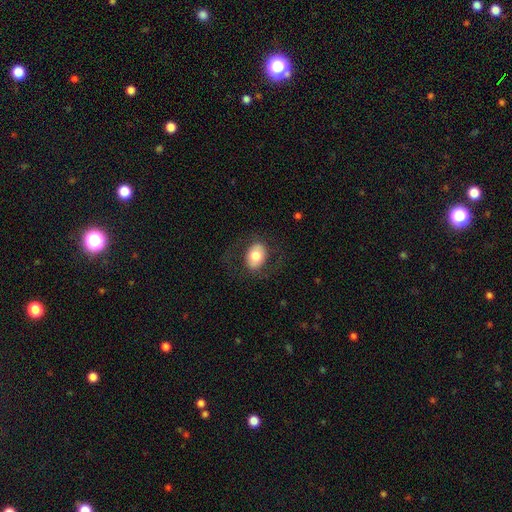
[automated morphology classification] smooth_or_featured: smooth (p=0.68) [alt: featured or disk p=0.25]
how_rounded: in between (p=0.70) [alt: round p=0.29]
merging: none (p=0.75) [alt: minor disturbance p=0.13]